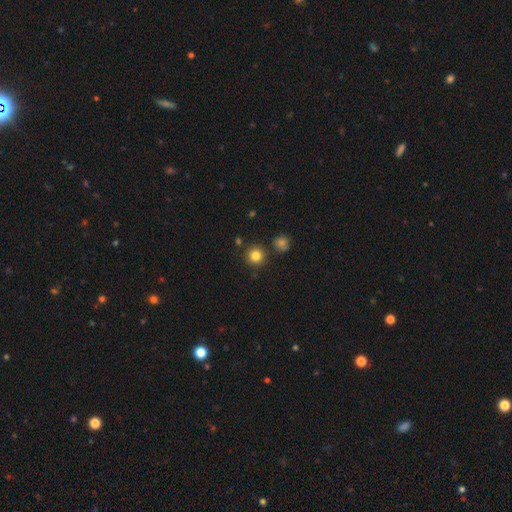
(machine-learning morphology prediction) A smooth galaxy with no disk features (82%) that is round (94%). Merging: none (86%).